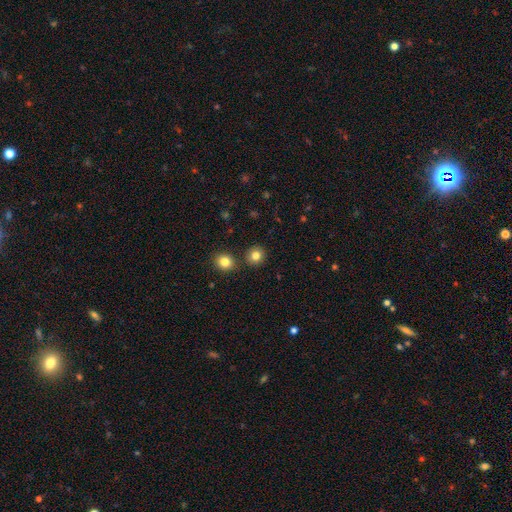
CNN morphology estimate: Smooth or featured?
  - smooth: 82% *
  - star or artifact: 12%
  - featured or disk: 6%
How rounded?
  - round: 88% *
  - in between: 11%
  - cigar-shaped: 1%
Merging?
  - none: 84% *
  - merger: 7%
  - minor disturbance: 7%
  - major disturbance: 2%